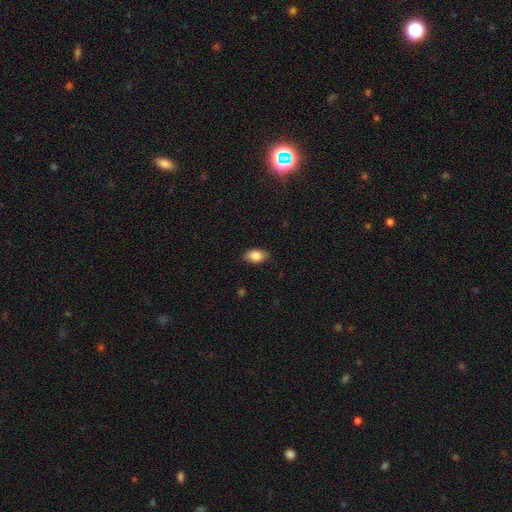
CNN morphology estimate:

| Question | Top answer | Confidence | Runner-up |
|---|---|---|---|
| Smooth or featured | smooth | 85% | featured or disk (8%) |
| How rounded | in between | 91% | round (7%) |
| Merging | none | 84% | minor disturbance (12%) |